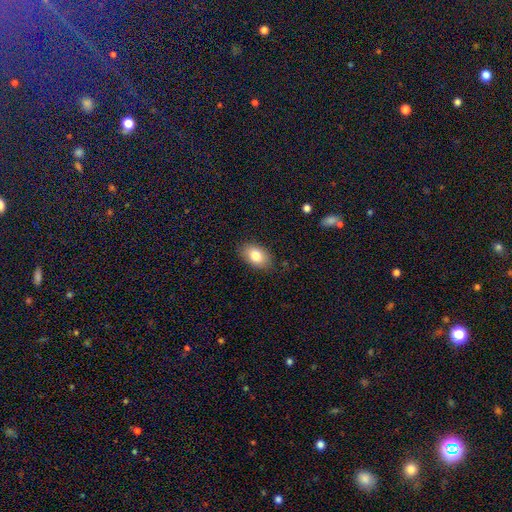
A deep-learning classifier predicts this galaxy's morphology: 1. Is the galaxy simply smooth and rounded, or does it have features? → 81% smooth, 11% featured or disk, 8% star or artifact.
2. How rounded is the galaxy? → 90% in between, 9% round, 1% cigar-shaped.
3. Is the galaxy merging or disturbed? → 85% none, 11% minor disturbance, 3% major disturbance, 1% merger.